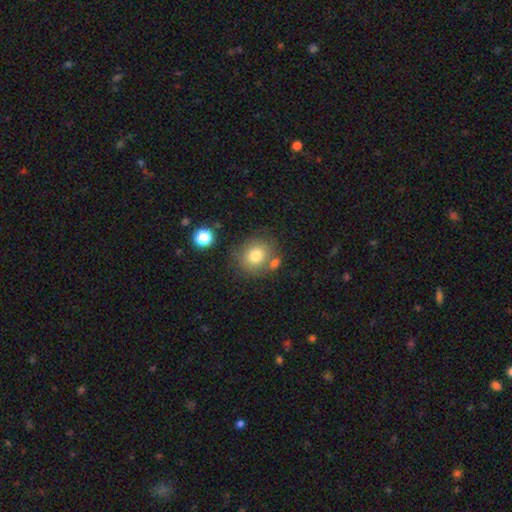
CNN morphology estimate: smooth_or_featured: smooth (p=0.77) [alt: featured or disk p=0.12]
how_rounded: round (p=0.81) [alt: in between p=0.18]
merging: none (p=0.69) [alt: merger p=0.14]